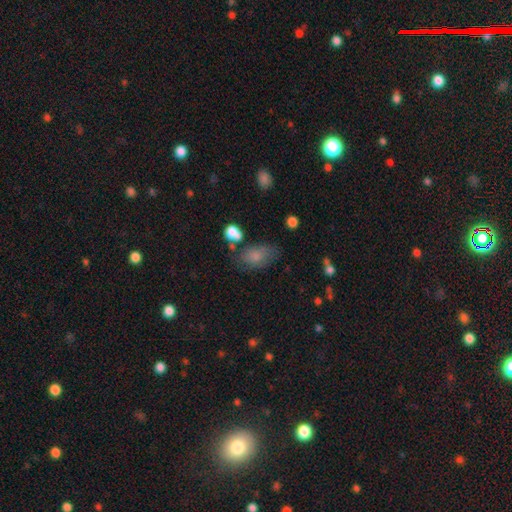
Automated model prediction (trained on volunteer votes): Overall: smooth (73%). How rounded: in between (87%). Merging: none (53%; minor disturbance 26%).